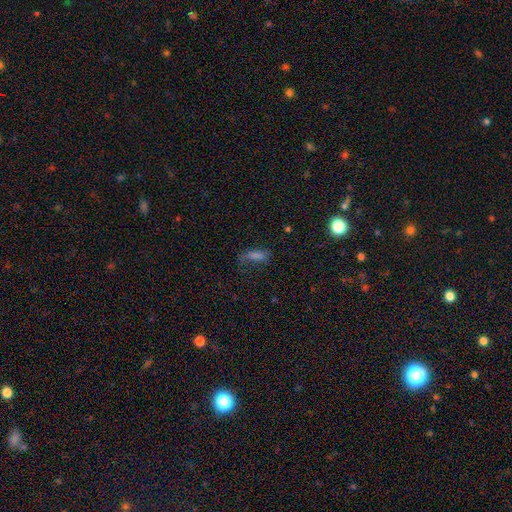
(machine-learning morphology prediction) smooth_or_featured: smooth (p=0.60) [alt: featured or disk p=0.20]
how_rounded: in between (p=0.52) [alt: cigar-shaped p=0.42]
merging: none (p=0.48) [alt: minor disturbance p=0.25]